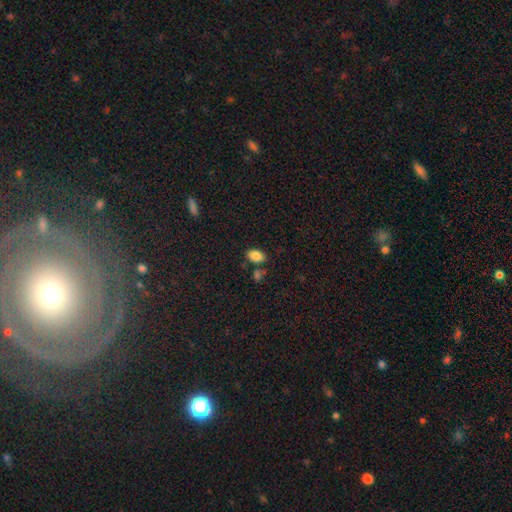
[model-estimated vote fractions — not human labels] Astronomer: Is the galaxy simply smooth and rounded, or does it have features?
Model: smooth — 86%.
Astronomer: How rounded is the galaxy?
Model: in between — 87%.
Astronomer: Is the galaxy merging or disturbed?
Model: none — 71%.